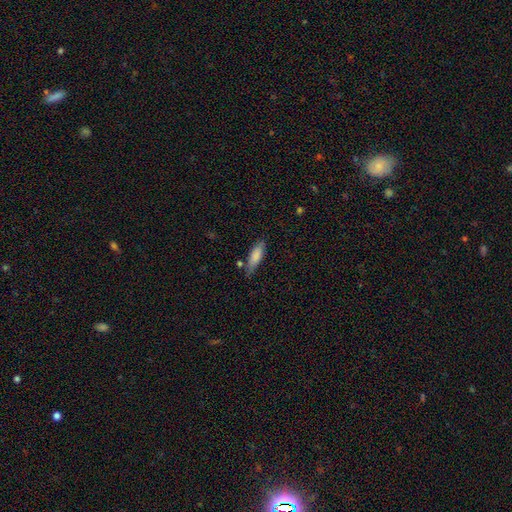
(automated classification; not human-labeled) smooth 83%, featured or disk 11%, star or artifact 6%. Down the decision tree: how rounded — in between (53%); merging — none (67%).